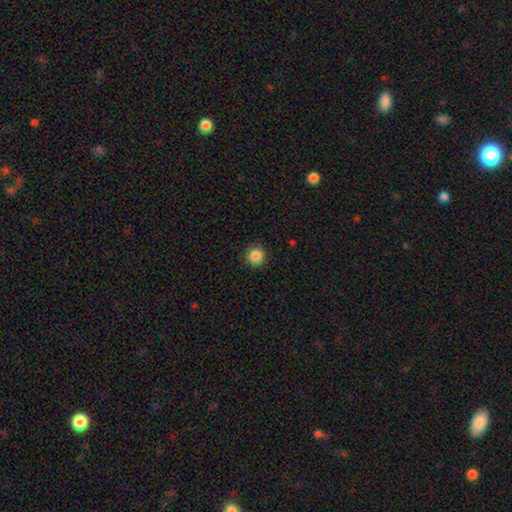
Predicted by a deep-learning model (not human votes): This appears to be a smooth galaxy with no disk features (86%) that is round (94%). Merging: none (91%).